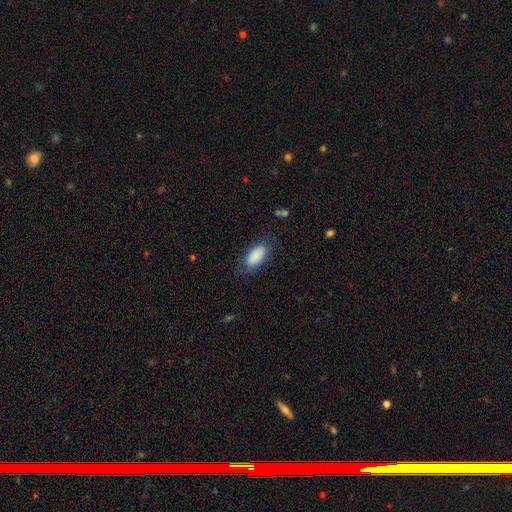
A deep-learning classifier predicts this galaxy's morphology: The model was most divided on "merging": none: 75%, minor disturbance: 18%, major disturbance: 6%, merger: 1%. More confident: how rounded — in between (92%); smooth or featured — smooth (88%).